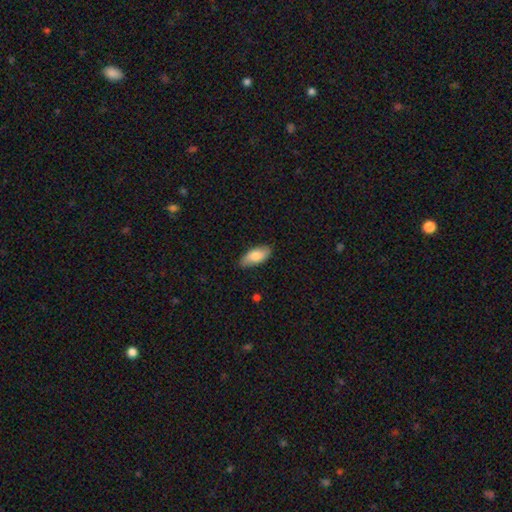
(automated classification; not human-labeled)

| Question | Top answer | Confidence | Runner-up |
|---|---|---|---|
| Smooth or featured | smooth | 77% | featured or disk (18%) |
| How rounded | in between | 89% | cigar-shaped (9%) |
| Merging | none | 83% | minor disturbance (13%) |